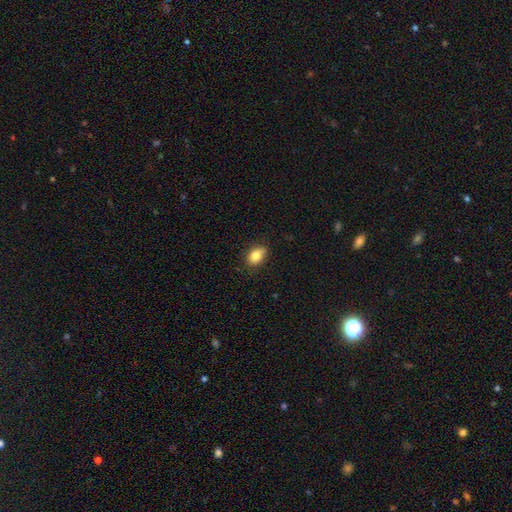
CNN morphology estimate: This is clearly a smooth galaxy (84%). How rounded: likely in between (79%). Merging: likely none (73%).